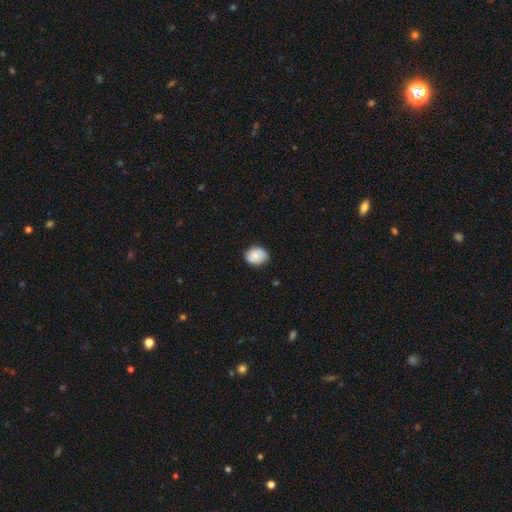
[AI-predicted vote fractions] Smooth or featured: smooth — 79% (featured or disk — 13%)
How rounded: in between — 56% (round — 43%)
Merging: none — 78% (minor disturbance — 18%)